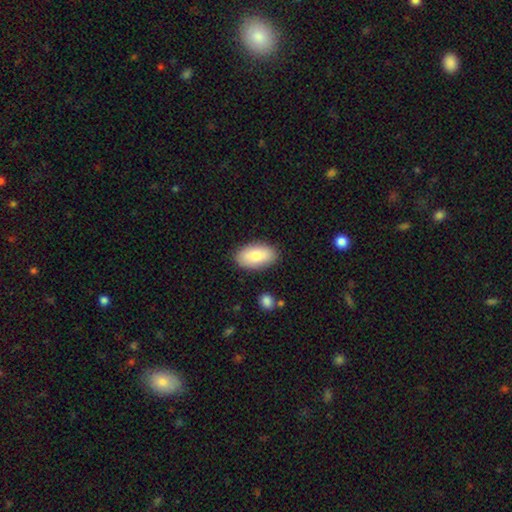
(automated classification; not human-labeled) Smooth or featured? Predicted: smooth (p=0.80). How rounded? Predicted: in between (p=0.94). Merging? Predicted: none (p=0.86).